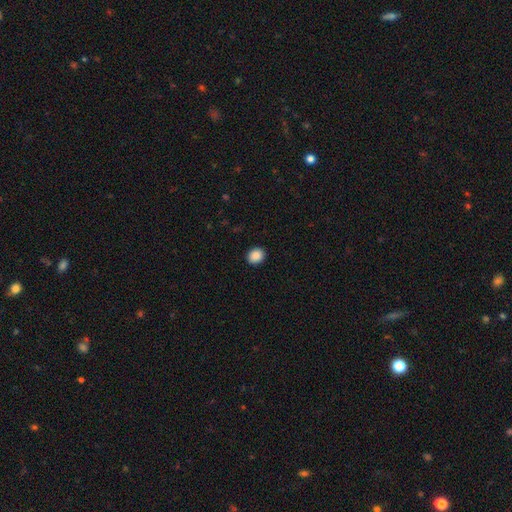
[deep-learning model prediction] A smooth galaxy with no disk features (89%) that is round (63%). Merging: none (91%).